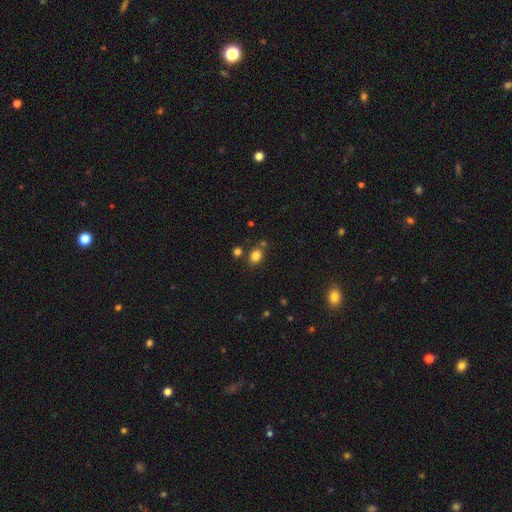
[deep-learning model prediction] Smooth or featured: smooth — 82% (star or artifact — 12%)
How rounded: in between — 60% (round — 38%)
Merging: none — 76% (minor disturbance — 12%)